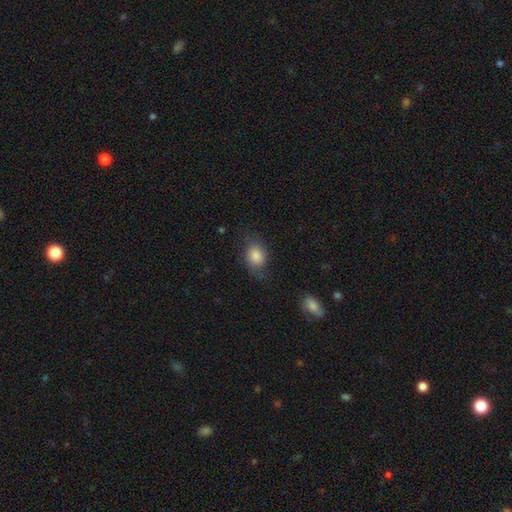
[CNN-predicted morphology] smooth-or-featured: smooth: 82% | featured or disk: 10% | star or artifact: 8%
  how-rounded: in between: 63% | round: 36% | cigar-shaped: 1%
  merging: none: 65% | minor disturbance: 24% | major disturbance: 9% | merger: 2%